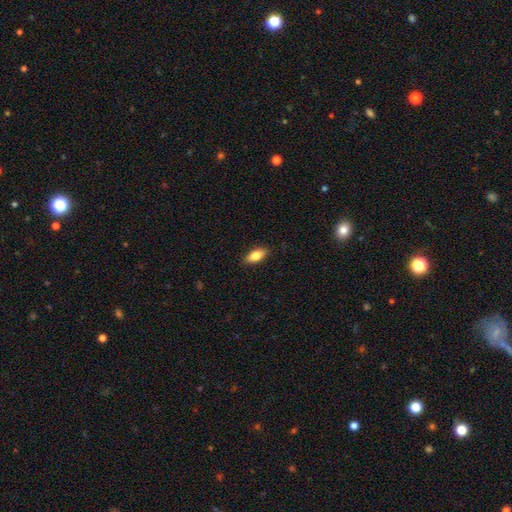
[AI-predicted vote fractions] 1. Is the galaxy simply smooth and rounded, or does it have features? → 76% smooth, 17% featured or disk, 7% star or artifact.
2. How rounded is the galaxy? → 81% in between, 16% cigar-shaped, 3% round.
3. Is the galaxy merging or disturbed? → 88% none, 9% minor disturbance, 2% major disturbance, 1% merger.